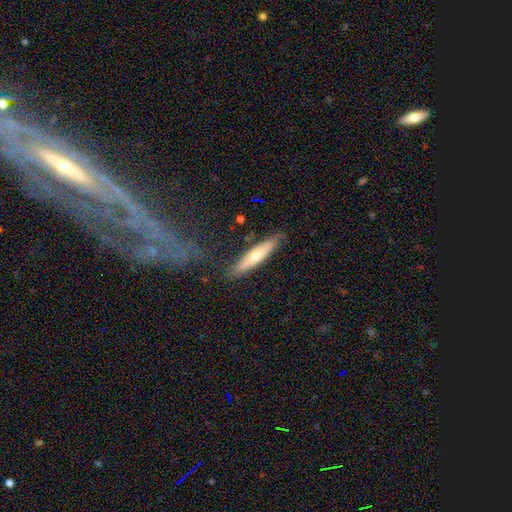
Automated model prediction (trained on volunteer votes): This is possibly a smooth galaxy (50%). How rounded: clearly cigar-shaped (80%). Merging: clearly none (83%).